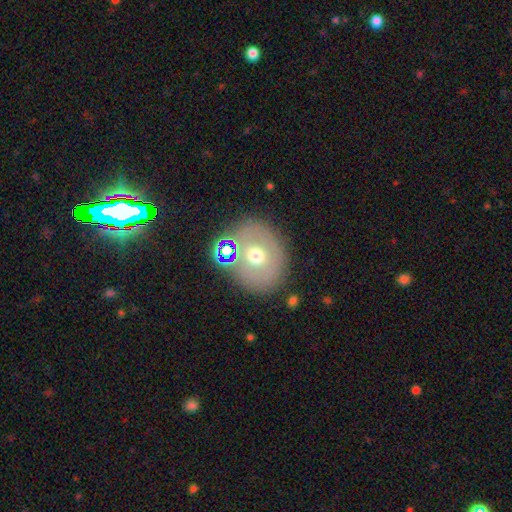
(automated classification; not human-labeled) Overall: smooth (55%; featured or disk 30%). How rounded: round (61%; in between 38%). Merging: none (75%).